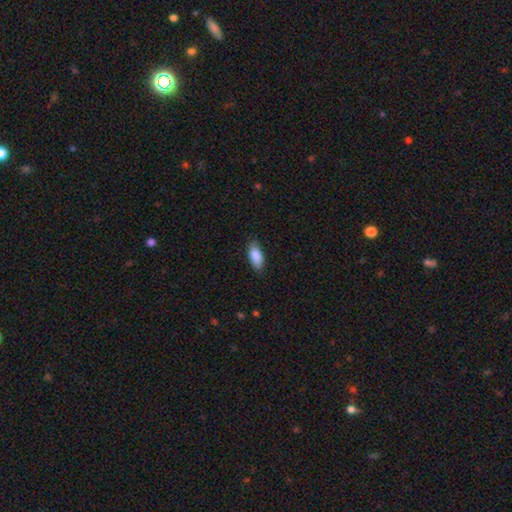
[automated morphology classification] Smooth or featured: smooth — 89% (star or artifact — 6%)
How rounded: in between — 86% (cigar-shaped — 12%)
Merging: none — 84% (minor disturbance — 13%)